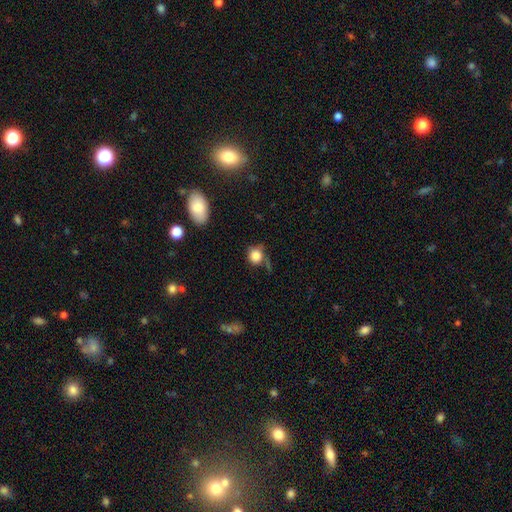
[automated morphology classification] type=smooth (83%); roundness=round (85%); merging=none (56%).